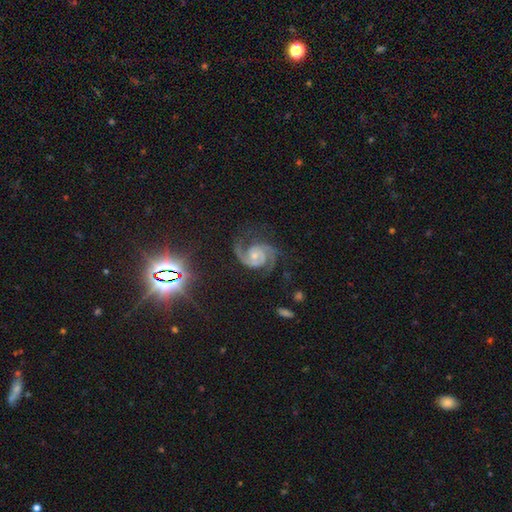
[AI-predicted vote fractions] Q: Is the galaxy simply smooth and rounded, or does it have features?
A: featured or disk — 90%.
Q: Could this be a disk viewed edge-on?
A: no — 98%.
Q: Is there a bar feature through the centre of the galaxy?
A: no — 67%.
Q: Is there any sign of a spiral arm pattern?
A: yes — 98%.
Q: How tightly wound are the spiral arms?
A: medium — 53%.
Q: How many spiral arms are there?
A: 2 — 73%.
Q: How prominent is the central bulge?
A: small — 52%.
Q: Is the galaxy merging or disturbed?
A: none — 67%.